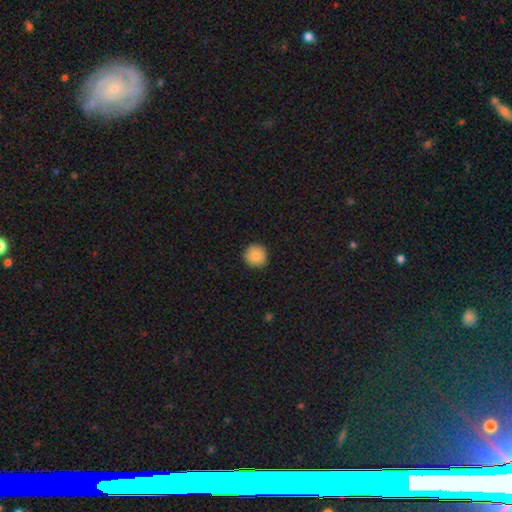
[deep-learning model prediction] Smooth or featured? smooth (85%)
How rounded? round (95%)
Merging? none (92%)